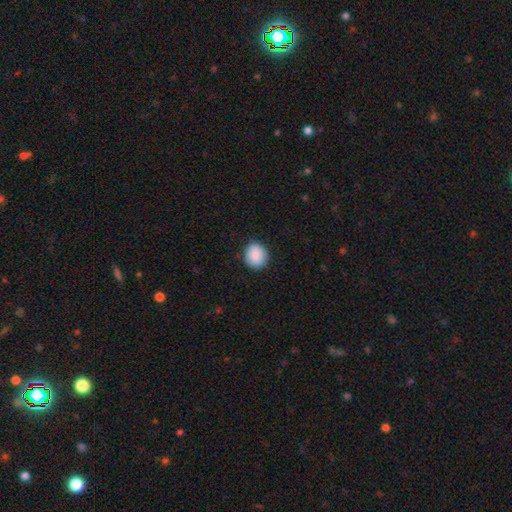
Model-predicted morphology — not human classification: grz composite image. It shows a smooth galaxy with no disk features (90%) that is round (75%). Merging: none (88%).